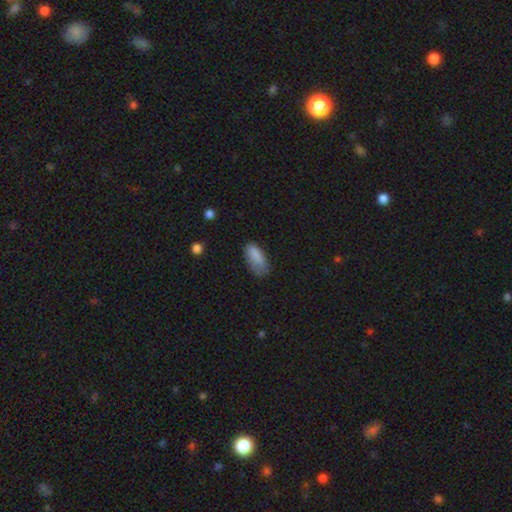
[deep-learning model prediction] Q: Smooth or featured?
A: smooth (85%); runner-up: star or artifact (8%)
Q: How rounded?
A: in between (85%); runner-up: cigar-shaped (12%)
Q: Merging?
A: none (53%); runner-up: minor disturbance (34%)